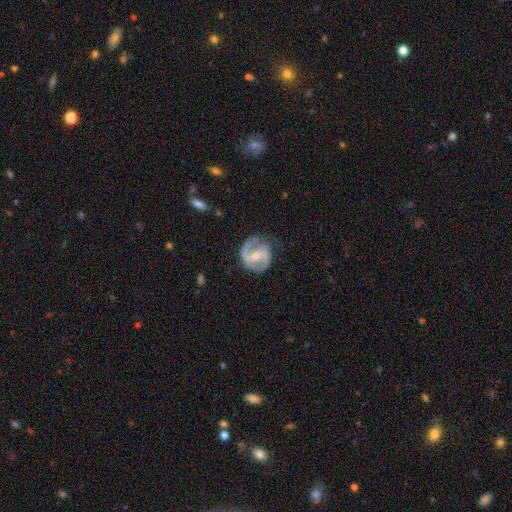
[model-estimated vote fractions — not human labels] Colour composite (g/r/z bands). It shows a featured or disk galaxy (83%) with a weak bar (44%), 2 (85%) medium (52%) spiral arms (92%) and a small central bulge (48%). Merging: none (76%).